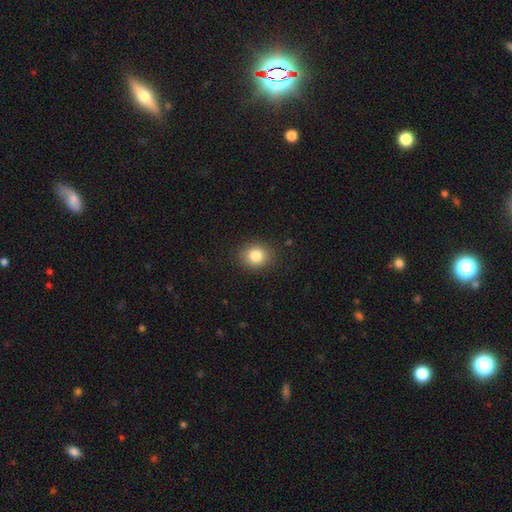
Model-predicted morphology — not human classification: Smooth or featured? Predicted: smooth (p=0.83). How rounded? Predicted: round (p=0.71). Merging? Predicted: none (p=0.89).